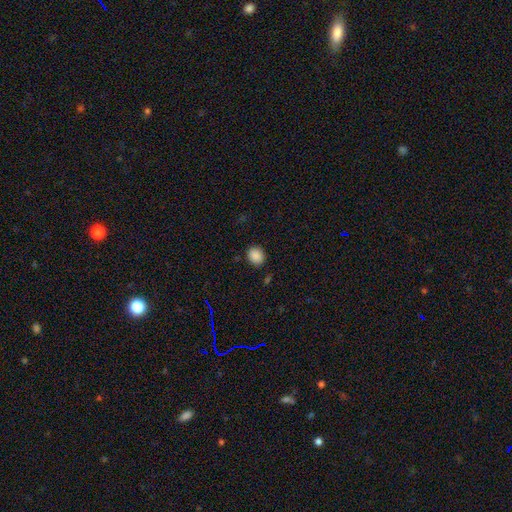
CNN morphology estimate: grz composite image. It shows a smooth galaxy with no disk features (88%) that is round (60%). Merging: none (85%).